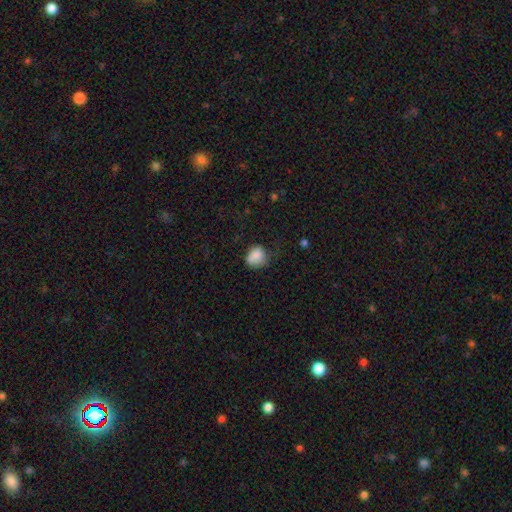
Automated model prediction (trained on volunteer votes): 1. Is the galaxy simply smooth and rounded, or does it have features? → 78% smooth, 12% featured or disk, 10% star or artifact.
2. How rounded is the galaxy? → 58% round, 41% in between, 1% cigar-shaped.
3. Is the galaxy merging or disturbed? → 46% none, 32% minor disturbance, 14% major disturbance, 8% merger.